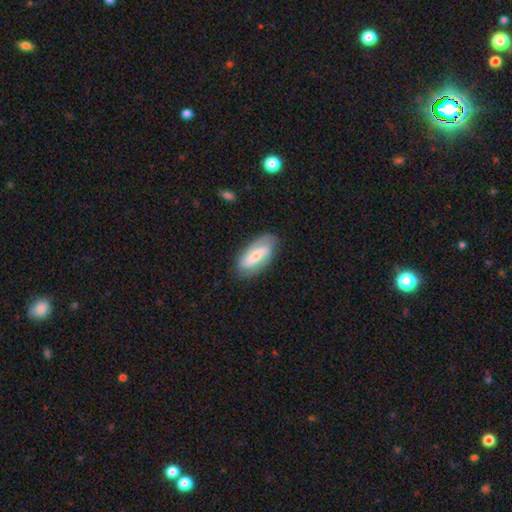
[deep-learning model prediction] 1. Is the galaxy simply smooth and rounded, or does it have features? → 62% featured or disk, 31% smooth, 6% star or artifact.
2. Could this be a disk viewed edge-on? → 91% no, 9% yes.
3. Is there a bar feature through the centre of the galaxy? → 46% strong, 34% weak, 19% no.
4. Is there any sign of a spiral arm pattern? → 86% yes, 14% no.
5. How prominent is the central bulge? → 56% small, 33% moderate, 6% none, 4% large, 1% dominant.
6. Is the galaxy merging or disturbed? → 80% none, 15% minor disturbance, 4% major disturbance, 1% merger.